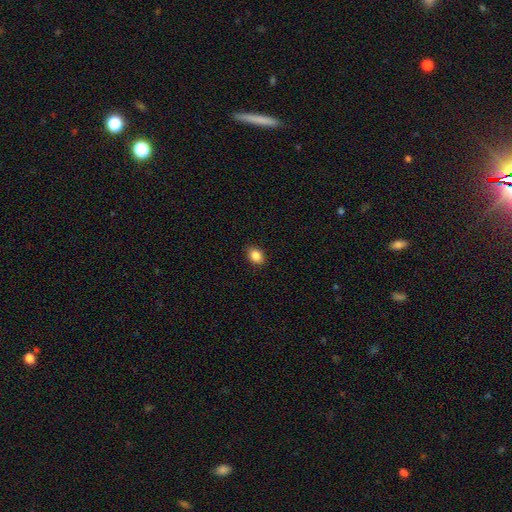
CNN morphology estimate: A smooth galaxy with no disk features (86%) that is in between round and cigar-shaped (67%). Merging: none (89%).